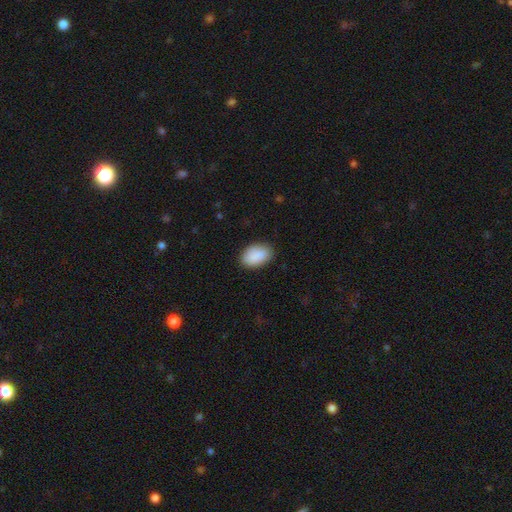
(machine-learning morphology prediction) Smooth or featured? Predicted: smooth (p=0.90). How rounded? Predicted: in between (p=0.91). Merging? Predicted: none (p=0.85).